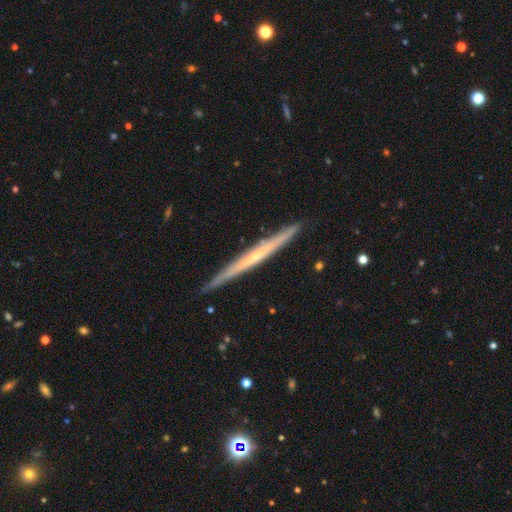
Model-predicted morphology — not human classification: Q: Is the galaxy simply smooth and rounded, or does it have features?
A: featured or disk — 71%.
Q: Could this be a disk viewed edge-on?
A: yes — 97%.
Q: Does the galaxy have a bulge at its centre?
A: none — 57%.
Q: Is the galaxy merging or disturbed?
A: none — 89%.